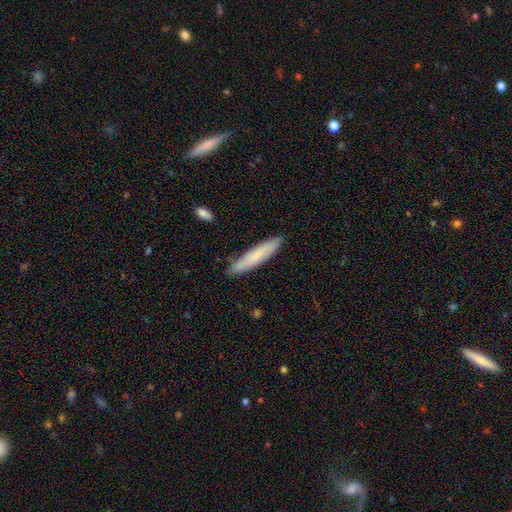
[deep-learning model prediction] The model was most divided on "smooth or featured": smooth: 74%, featured or disk: 20%, star or artifact: 6%. More confident: how rounded — cigar-shaped (88%); merging — none (87%).